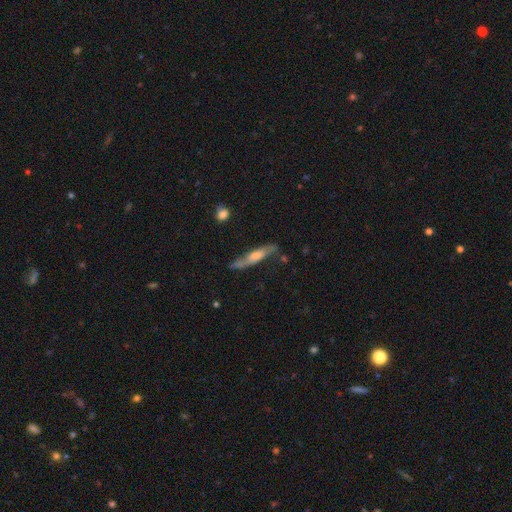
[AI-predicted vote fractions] A featured or disk galaxy (62%) viewed edge-on (67%). Merging: none (71%).